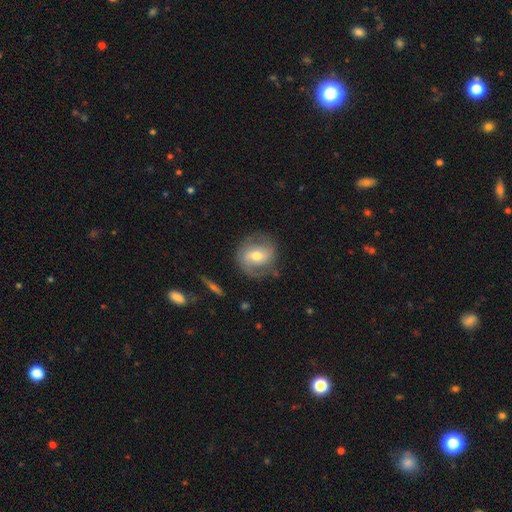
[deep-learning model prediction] This is likely a featured or disk galaxy (64%). It is clearly not viewed edge-on (96%). Bar: marginally weak (44%). Spiral arm pattern: clearly yes (82%). Spiral arm count: likely 2 (76%). Spiral winding: marginally medium (44%). Central bulge: likely moderate (69%). Merging: likely none (72%).